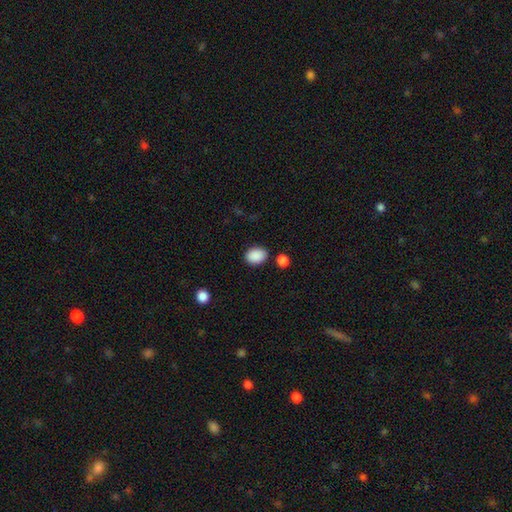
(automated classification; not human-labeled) A smooth galaxy with no disk features (89%) that is in between round and cigar-shaped (73%).

Vote fractions:
- Smooth or featured? smooth: 89% / star or artifact: 8% / featured or disk: 3%
- How rounded? in between: 73% / round: 26% / cigar-shaped: 1%
- Merging? none: 82% / minor disturbance: 10% / merger: 5% / major disturbance: 3%